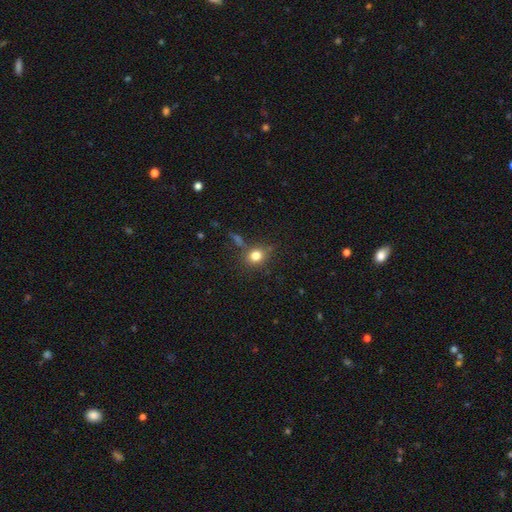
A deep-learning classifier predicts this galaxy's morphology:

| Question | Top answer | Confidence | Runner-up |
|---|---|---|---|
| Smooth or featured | smooth | 79% | star or artifact (13%) |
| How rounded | round | 73% | in between (26%) |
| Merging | none | 73% | minor disturbance (13%) |